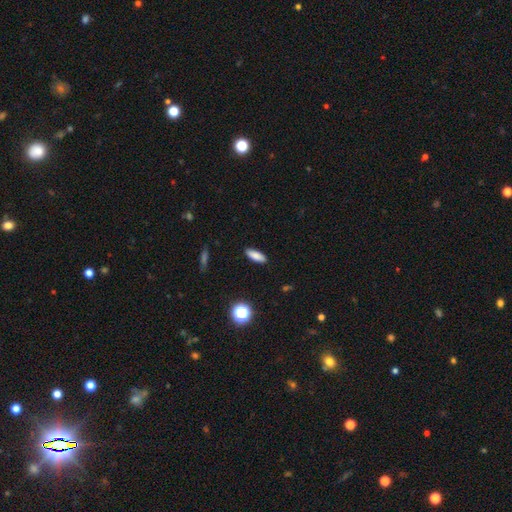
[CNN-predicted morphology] Smooth or featured? Predicted: smooth (p=0.83). How rounded? Predicted: in between (p=0.65). Merging? Predicted: none (p=0.89).